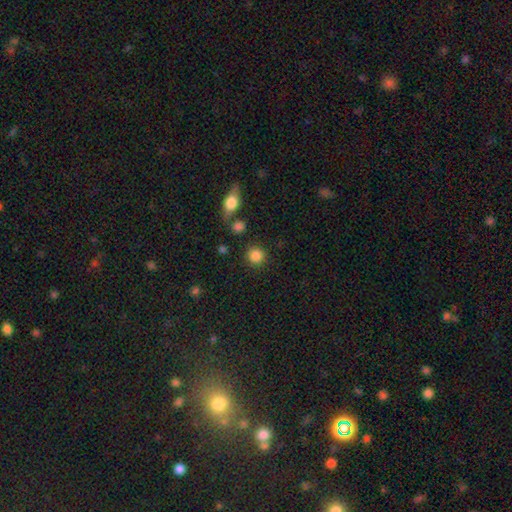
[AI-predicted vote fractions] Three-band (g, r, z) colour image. It shows a smooth galaxy with no disk features (85%) that is round (91%). Merging: none (86%).